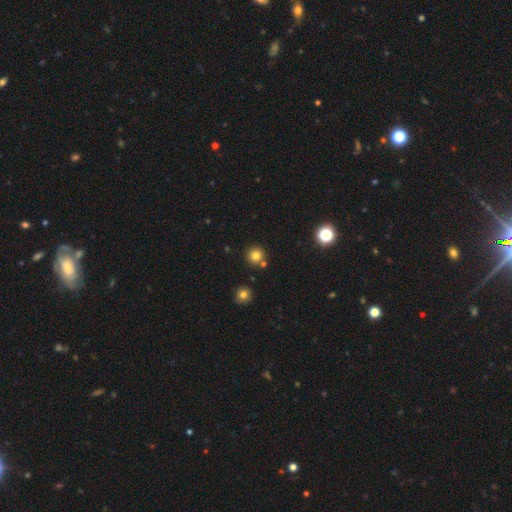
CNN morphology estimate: Smooth or featured? Predicted: smooth (p=0.78). How rounded? Predicted: round (p=0.94). Merging? Predicted: none (p=0.80).